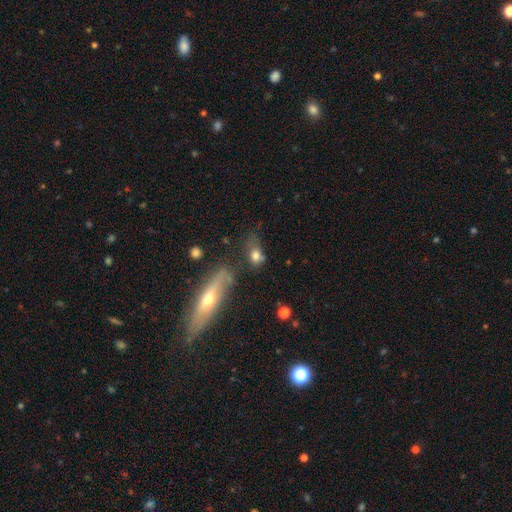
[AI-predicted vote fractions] The model was most divided on "merging": none: 41%, minor disturbance: 21%, major disturbance: 20%, merger: 17%. More confident: smooth or featured — smooth (70%); how rounded — in between (66%).